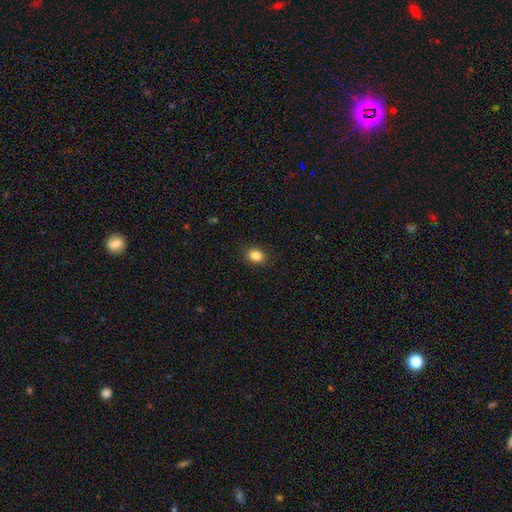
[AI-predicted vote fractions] Overall: smooth (86%). How rounded: in between (64%; round 35%). Merging: none (88%).